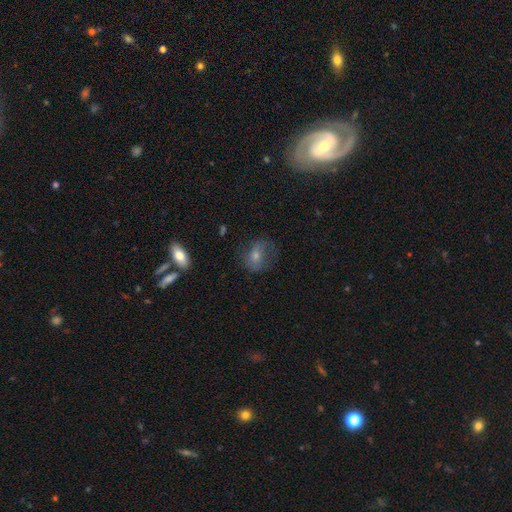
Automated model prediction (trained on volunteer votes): A smooth galaxy with no disk features (62%) that is in between round and cigar-shaped (56%). Merging: none (48%).